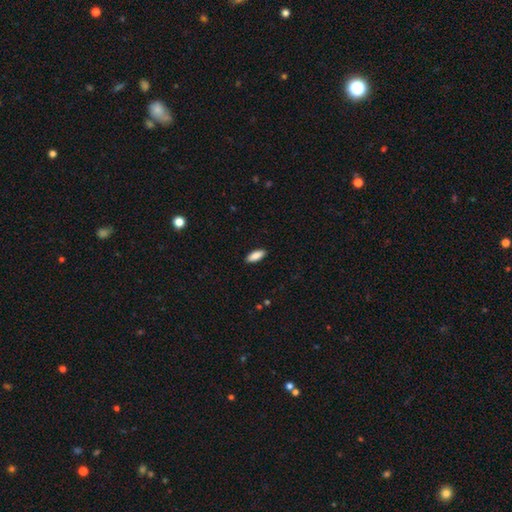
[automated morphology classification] Q: Smooth or featured?
A: smooth (88%); runner-up: star or artifact (6%)
Q: How rounded?
A: in between (78%); runner-up: cigar-shaped (20%)
Q: Merging?
A: none (90%); runner-up: minor disturbance (7%)